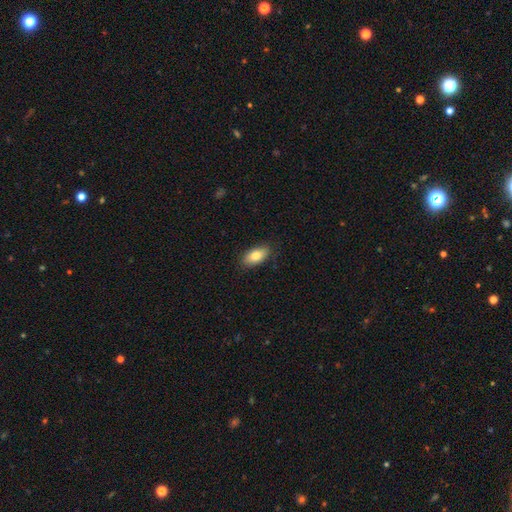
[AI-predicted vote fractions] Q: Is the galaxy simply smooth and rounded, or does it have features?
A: smooth — 82%.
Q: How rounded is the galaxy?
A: in between — 91%.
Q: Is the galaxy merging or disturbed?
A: none — 86%.